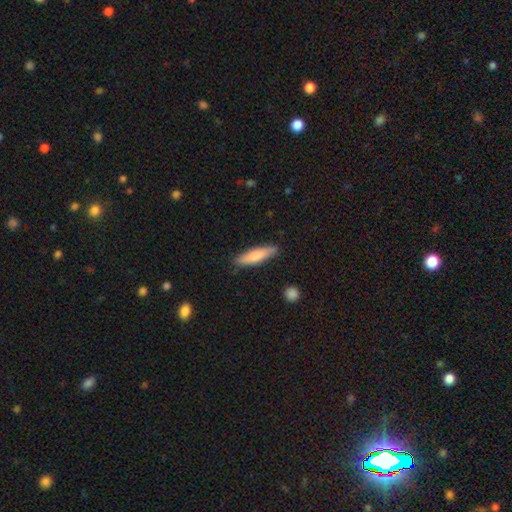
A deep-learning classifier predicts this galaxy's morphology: Smooth or featured?
  - smooth: 77% *
  - featured or disk: 18%
  - star or artifact: 5%
How rounded?
  - cigar-shaped: 72% *
  - in between: 27%
  - round: 2%
Merging?
  - none: 84% *
  - minor disturbance: 12%
  - major disturbance: 2%
  - merger: 2%